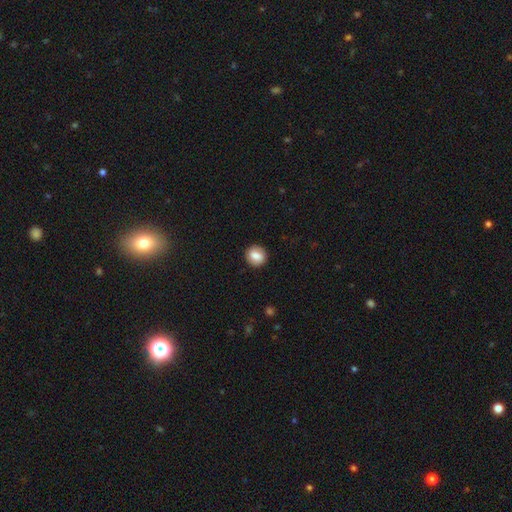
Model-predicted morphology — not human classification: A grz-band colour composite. It shows a smooth galaxy with no disk features (78%) that is round (80%). Merging: none (88%).